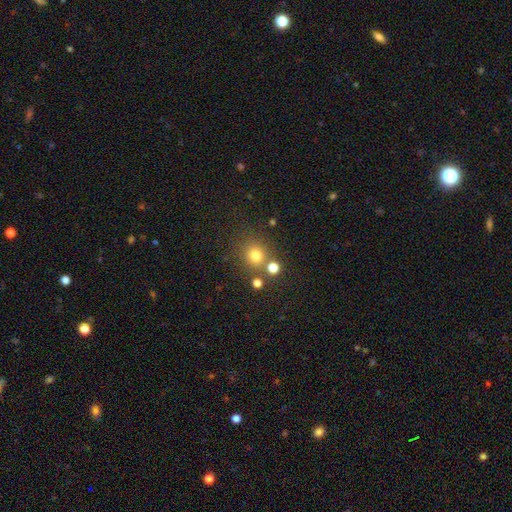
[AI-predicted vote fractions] Smooth or featured: smooth — 75% (star or artifact — 18%)
How rounded: round — 89% (in between — 10%)
Merging: none — 74% (merger — 13%)